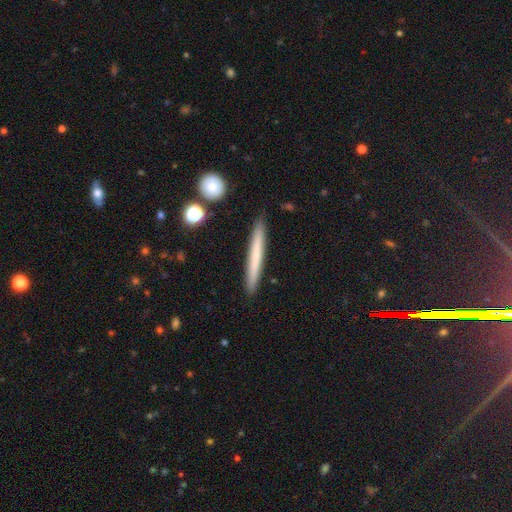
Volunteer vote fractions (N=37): This appears to be a smooth galaxy with no disk features (62%) that is cigar-shaped (96%). Merging: none (86%).